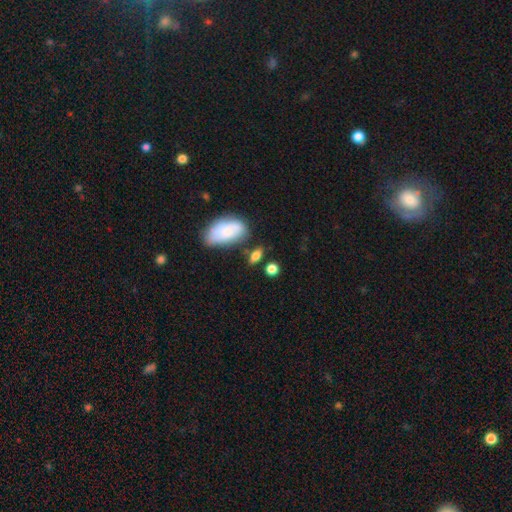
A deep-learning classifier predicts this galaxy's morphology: Smooth or featured? Predicted: smooth (p=0.77). How rounded? Predicted: in between (p=0.74). Merging? Predicted: none (p=0.67).